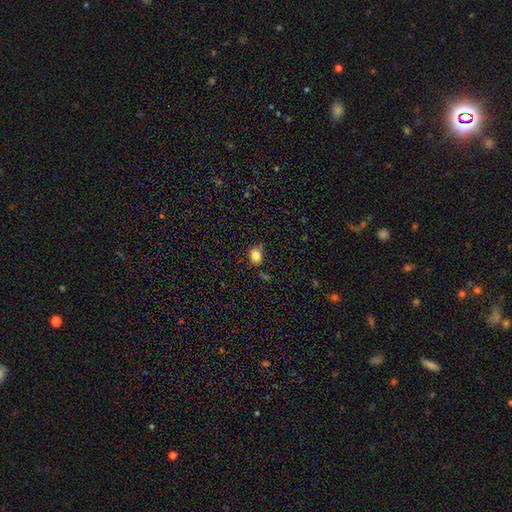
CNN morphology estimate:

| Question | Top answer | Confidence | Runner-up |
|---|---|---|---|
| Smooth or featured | smooth | 83% | star or artifact (11%) |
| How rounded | round | 52% | in between (47%) |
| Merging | none | 73% | minor disturbance (21%) |